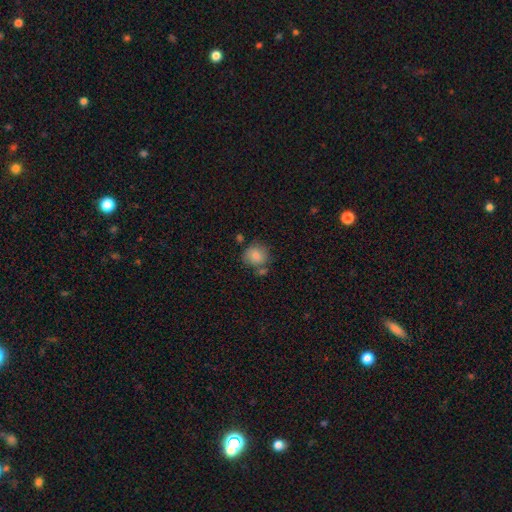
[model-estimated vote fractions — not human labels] Overall: smooth (80%). How rounded: round (83%). Merging: none (65%).